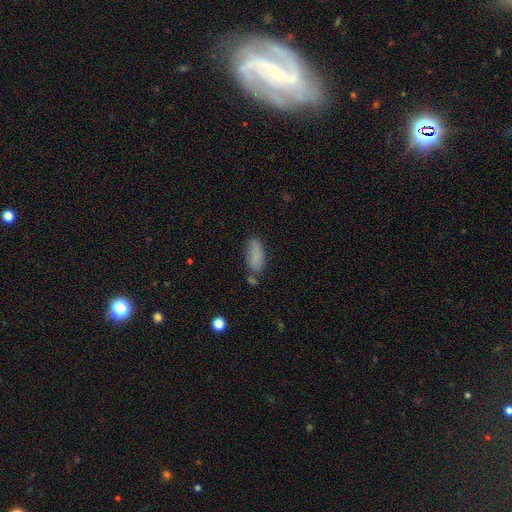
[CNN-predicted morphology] smooth 85%, star or artifact 8%, featured or disk 7%. Down the decision tree: how rounded — in between (82%); merging — none (68%).